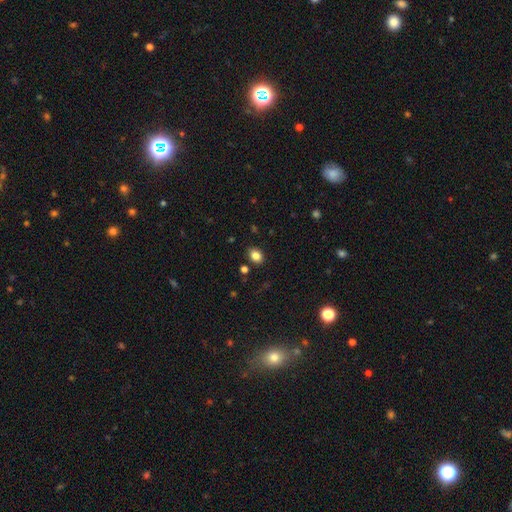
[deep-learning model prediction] smooth 84%, star or artifact 10%, featured or disk 5%. Down the decision tree: how rounded — in between (68%); merging — none (86%).